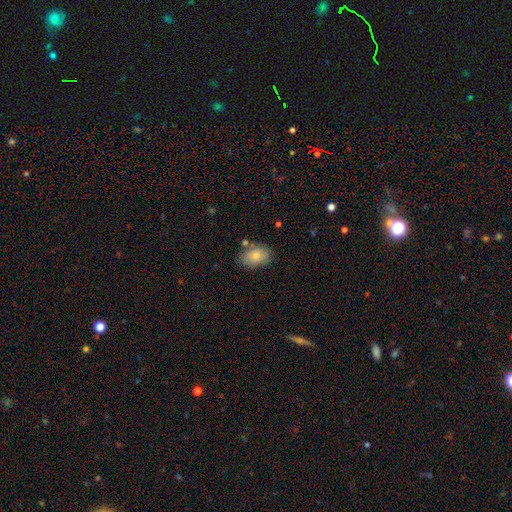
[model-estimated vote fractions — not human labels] Smooth or featured? smooth (80%)
How rounded? in between (86%)
Merging? none (69%)